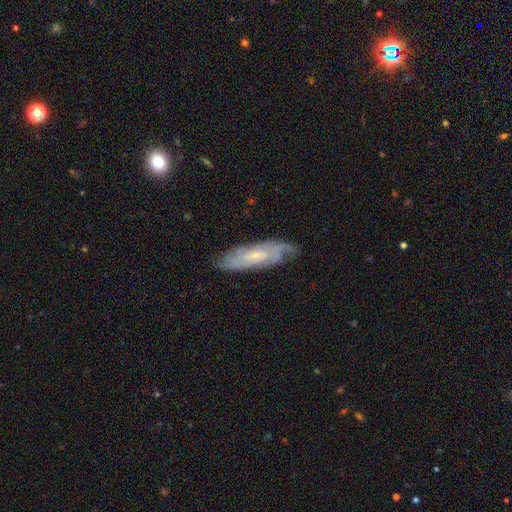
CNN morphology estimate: A featured or disk galaxy (73%) with no bar (59%), tight (58%) spiral arms (92%) and a small central bulge (69%). Merging: none (76%).